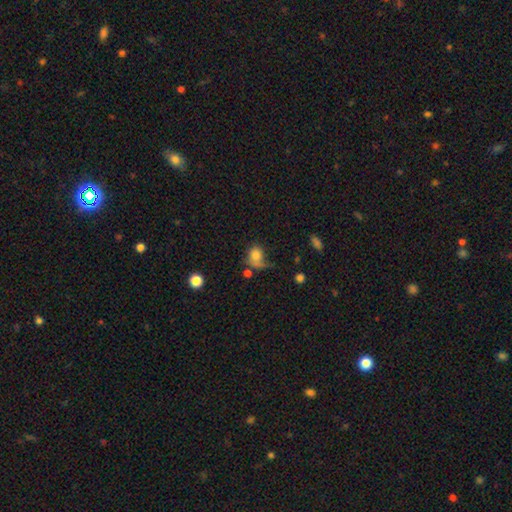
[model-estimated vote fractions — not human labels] Morphology: type=smooth (71%); roundness=round (60%); merging=none (33%).